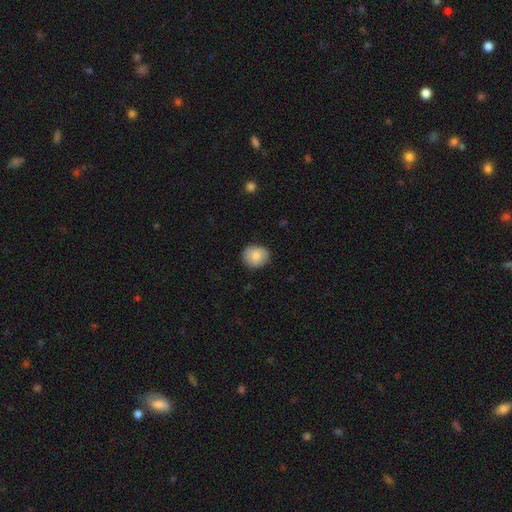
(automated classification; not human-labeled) Smooth or featured: smooth — 83% (featured or disk — 10%)
How rounded: round — 75% (in between — 24%)
Merging: none — 84% (minor disturbance — 13%)